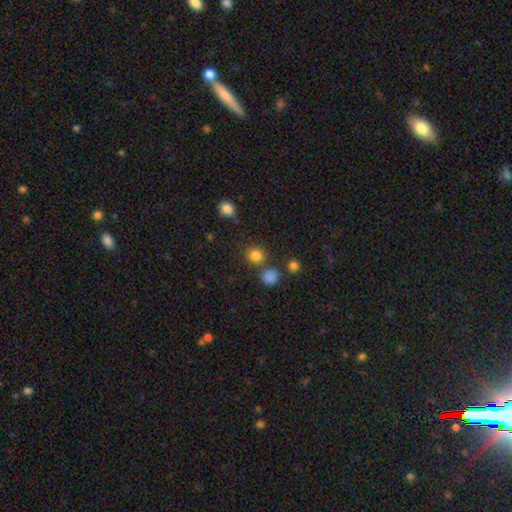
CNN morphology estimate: The model was most divided on "merging": none: 74%, merger: 13%, minor disturbance: 9%, major disturbance: 4%. More confident: how rounded — round (87%); smooth or featured — smooth (82%).